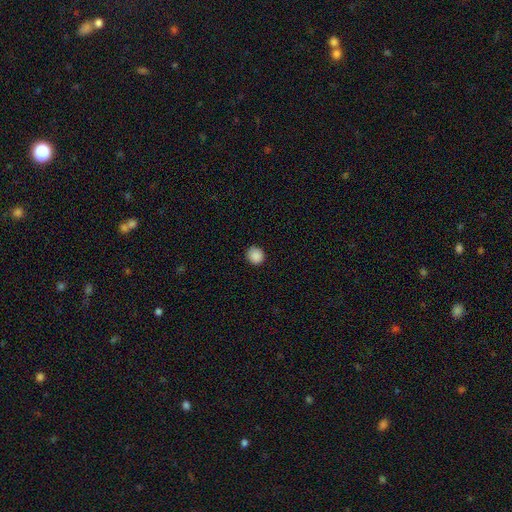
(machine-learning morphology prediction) Smooth or featured: smooth — 88% (star or artifact — 9%)
How rounded: round — 87% (in between — 13%)
Merging: none — 89% (minor disturbance — 8%)